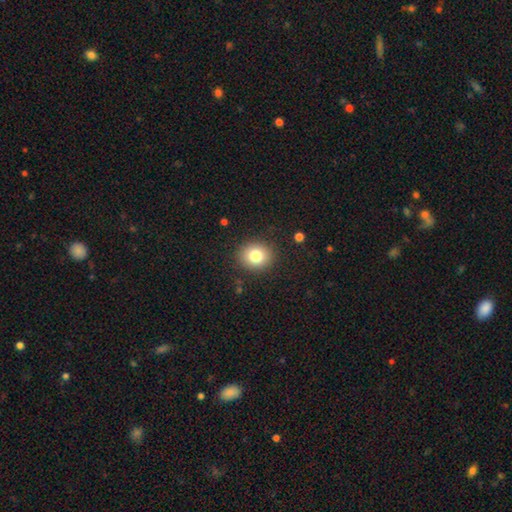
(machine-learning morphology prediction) smooth_or_featured: smooth (p=0.80) [alt: star or artifact p=0.11]
how_rounded: round (p=0.74) [alt: in between p=0.25]
merging: none (p=0.89) [alt: minor disturbance p=0.07]